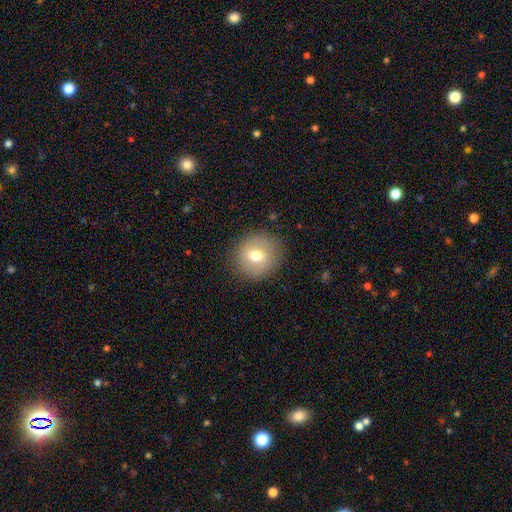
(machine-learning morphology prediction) A smooth galaxy with no disk features (69%) that is round (87%).

Vote fractions:
- Smooth or featured? smooth: 69% / featured or disk: 22% / star or artifact: 9%
- How rounded? round: 87% / in between: 12% / cigar-shaped: 1%
- Merging? none: 86% / minor disturbance: 10% / major disturbance: 4% / merger: 1%